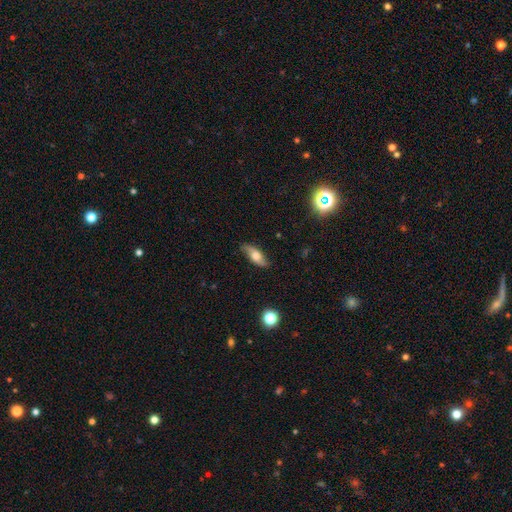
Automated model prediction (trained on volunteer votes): smooth 51%, featured or disk 41%, star or artifact 8%. Down the decision tree: how rounded — in between (64%); merging — none (81%).